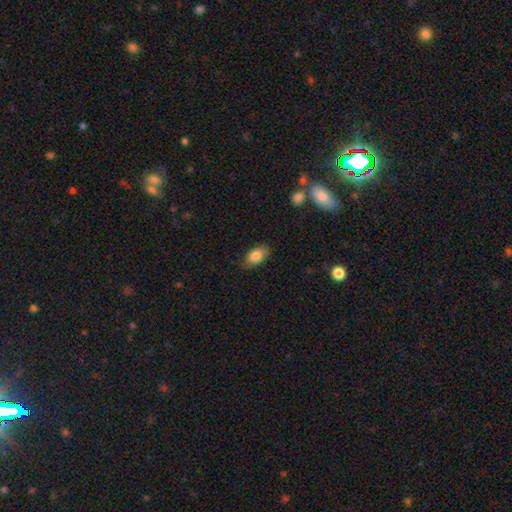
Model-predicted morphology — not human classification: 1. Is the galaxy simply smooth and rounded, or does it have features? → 82% smooth, 11% featured or disk, 7% star or artifact.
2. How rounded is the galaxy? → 91% in between, 6% round, 3% cigar-shaped.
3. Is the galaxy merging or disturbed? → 75% none, 20% minor disturbance, 4% major disturbance, 1% merger.